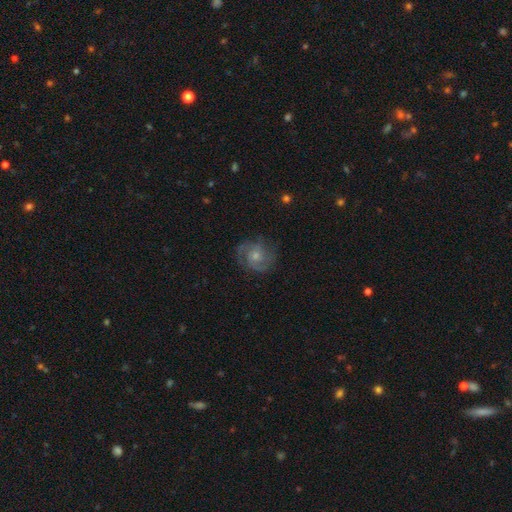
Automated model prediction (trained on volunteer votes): Q: Smooth or featured?
A: featured or disk (77%); runner-up: smooth (16%)
Q: Edge-on disk?
A: no (98%); runner-up: yes (2%)
Q: Bar?
A: no (72%); runner-up: weak (25%)
Q: Spiral arms?
A: yes (94%); runner-up: no (6%)
Q: Spiral winding?
A: medium (45%); runner-up: tight (43%)
Q: Spiral arm count?
A: 2 (49%); runner-up: 3 (23%)
Q: Bulge size?
A: moderate (46%); runner-up: small (45%)
Q: Merging?
A: none (74%); runner-up: minor disturbance (17%)